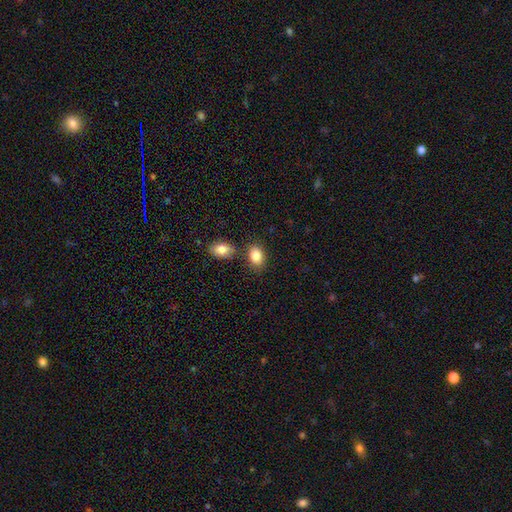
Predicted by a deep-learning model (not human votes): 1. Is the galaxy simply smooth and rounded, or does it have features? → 86% smooth, 8% star or artifact, 6% featured or disk.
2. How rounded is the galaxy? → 79% in between, 20% round, 1% cigar-shaped.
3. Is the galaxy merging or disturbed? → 71% none, 13% merger, 12% minor disturbance, 3% major disturbance.